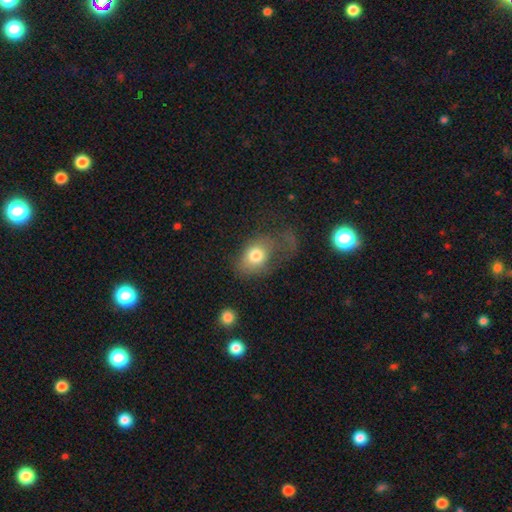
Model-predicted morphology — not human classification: Smooth or featured?
  - smooth: 74% *
  - featured or disk: 17%
  - star or artifact: 9%
How rounded?
  - in between: 68% *
  - round: 30%
  - cigar-shaped: 1%
Merging?
  - major disturbance: 47% *
  - none: 27%
  - minor disturbance: 22%
  - merger: 4%